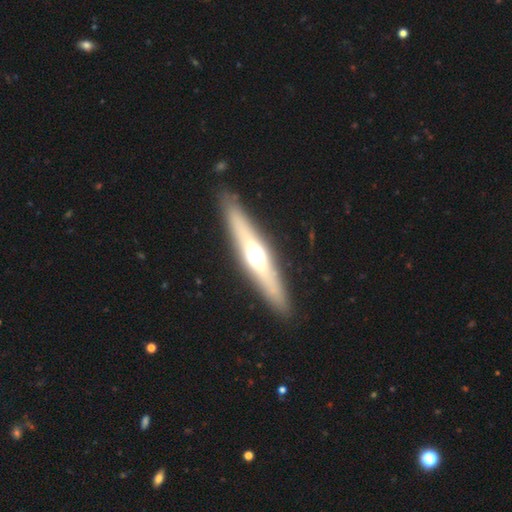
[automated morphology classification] type=featured or disk (61%); edge-on=yes (92%); edge-on bulge=rounded (92%); merging=none (89%).